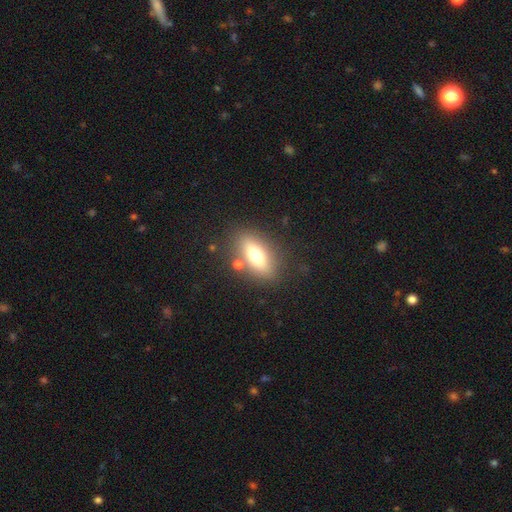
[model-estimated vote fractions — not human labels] This is likely a smooth galaxy (67%). How rounded: likely in between (77%). Merging: likely none (78%).